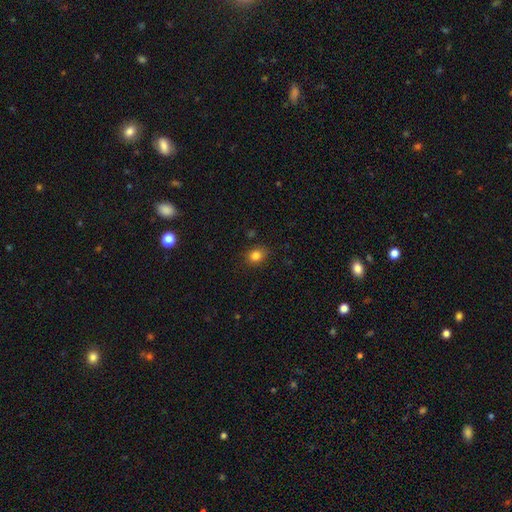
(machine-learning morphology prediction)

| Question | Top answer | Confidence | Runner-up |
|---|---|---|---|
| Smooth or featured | smooth | 82% | star or artifact (12%) |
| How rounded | round | 55% | in between (44%) |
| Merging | none | 85% | minor disturbance (11%) |